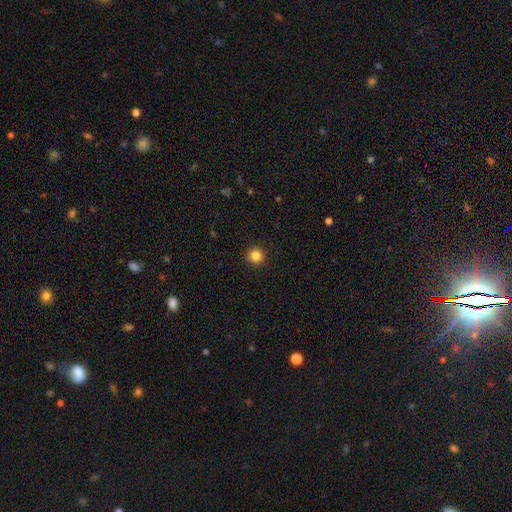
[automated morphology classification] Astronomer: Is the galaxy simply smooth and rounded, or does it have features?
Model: smooth — 85%.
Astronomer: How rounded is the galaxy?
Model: round — 94%.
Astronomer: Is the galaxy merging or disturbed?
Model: none — 92%.